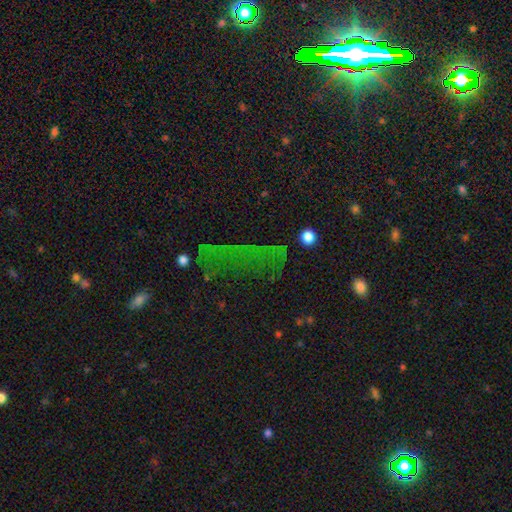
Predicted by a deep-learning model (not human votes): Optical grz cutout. It shows a star or artifact, not a galaxy (68%).